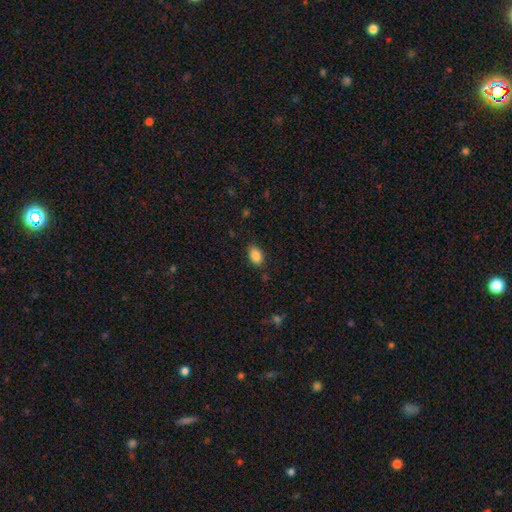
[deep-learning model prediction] The model was most divided on "merging": none: 83%, minor disturbance: 13%, major disturbance: 3%, merger: 1%. More confident: how rounded — in between (89%); smooth or featured — smooth (88%).